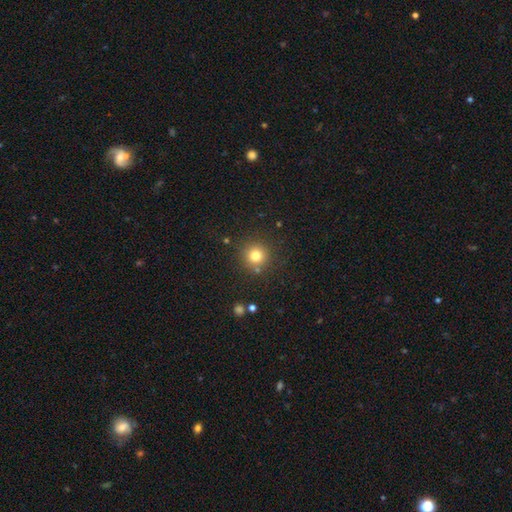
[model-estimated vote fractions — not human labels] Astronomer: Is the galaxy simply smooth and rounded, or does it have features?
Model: smooth — 79%.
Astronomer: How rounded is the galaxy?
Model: round — 94%.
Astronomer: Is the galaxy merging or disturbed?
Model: none — 86%.